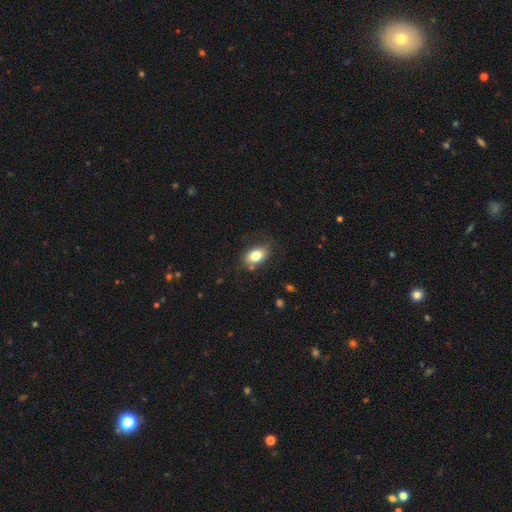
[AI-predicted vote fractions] Smooth or featured?
  - smooth: 79% *
  - featured or disk: 13%
  - star or artifact: 8%
How rounded?
  - in between: 84% *
  - round: 14%
  - cigar-shaped: 2%
Merging?
  - none: 72% *
  - minor disturbance: 20%
  - major disturbance: 5%
  - merger: 3%